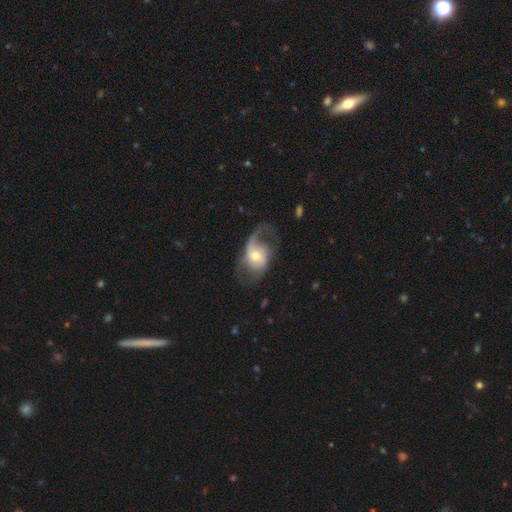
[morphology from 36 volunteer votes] Overall: featured or disk (69%). Edge-on disk: no (100%). Bar: no (68%). Spiral arms: yes (92%). Spiral arm count: 1 (48%, tied with 2). Spiral winding: loose (61%; medium 26%). Bulge size: moderate (64%). Merging: none (42%, tied with major disturbance).